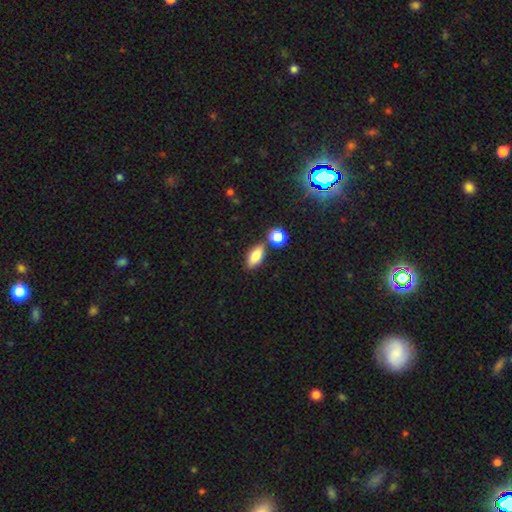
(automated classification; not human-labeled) The model was most divided on "merging": none: 71%, merger: 14%, minor disturbance: 12%, major disturbance: 3%. More confident: smooth or featured — smooth (83%); how rounded — in between (82%).